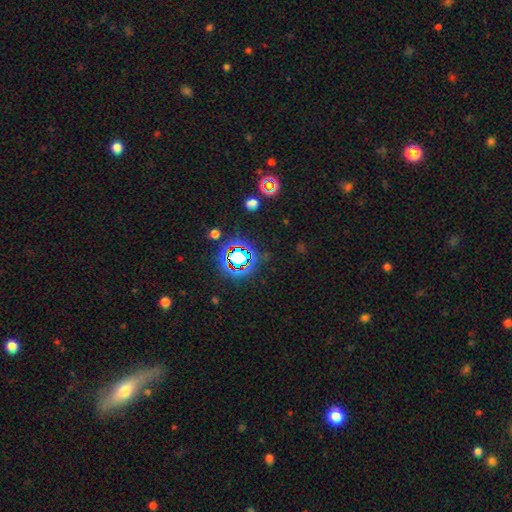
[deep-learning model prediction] Q: Smooth or featured?
A: star or artifact (73%); runner-up: smooth (15%)